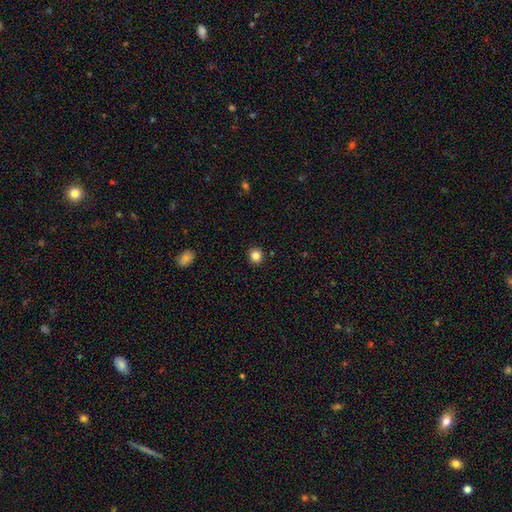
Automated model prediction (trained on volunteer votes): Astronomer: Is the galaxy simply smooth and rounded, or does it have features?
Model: smooth — 84%.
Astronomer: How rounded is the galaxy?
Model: round — 86%.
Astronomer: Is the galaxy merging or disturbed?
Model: none — 92%.